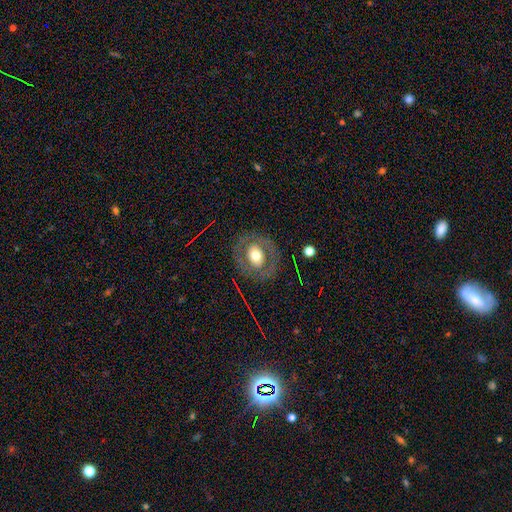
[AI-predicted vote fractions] Smooth or featured: smooth — 48% (featured or disk — 44%)
Merging: none — 79% (minor disturbance — 12%)